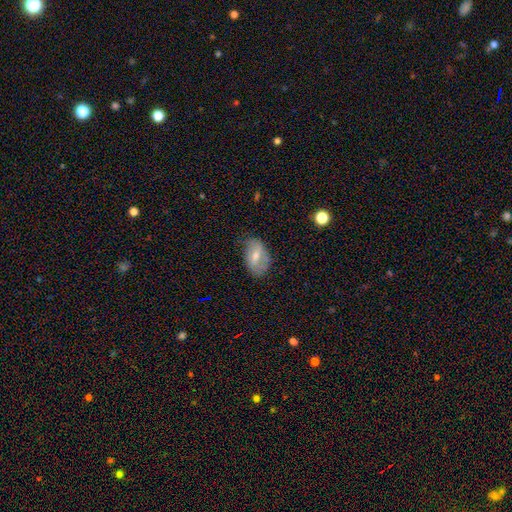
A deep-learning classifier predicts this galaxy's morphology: type=smooth (48%); merging=none (66%).